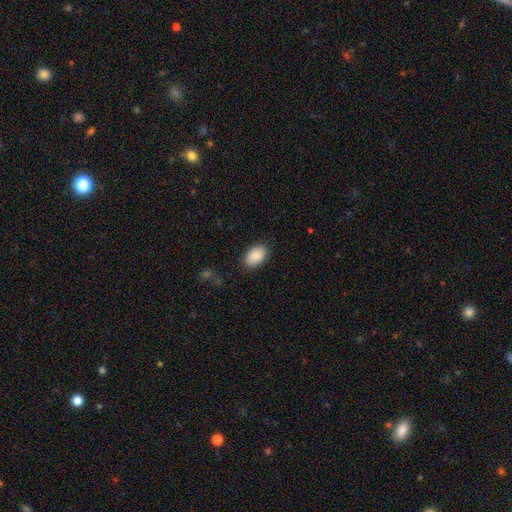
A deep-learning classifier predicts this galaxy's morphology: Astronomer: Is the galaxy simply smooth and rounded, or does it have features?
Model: smooth — 90%.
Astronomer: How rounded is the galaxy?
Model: in between — 89%.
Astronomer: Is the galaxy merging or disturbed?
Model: none — 85%.